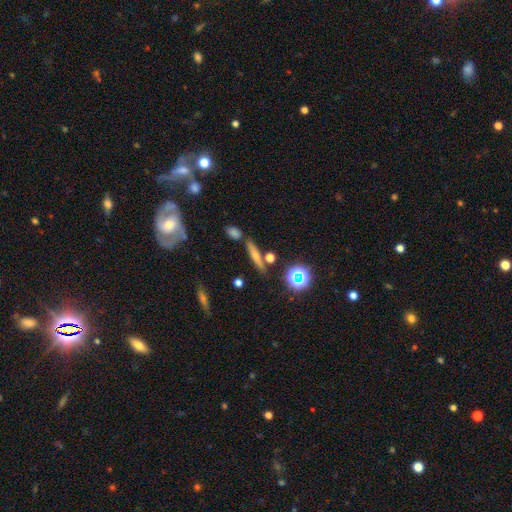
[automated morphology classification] This is possibly a smooth galaxy (51%). How rounded: likely cigar-shaped (76%). Merging: likely none (75%).